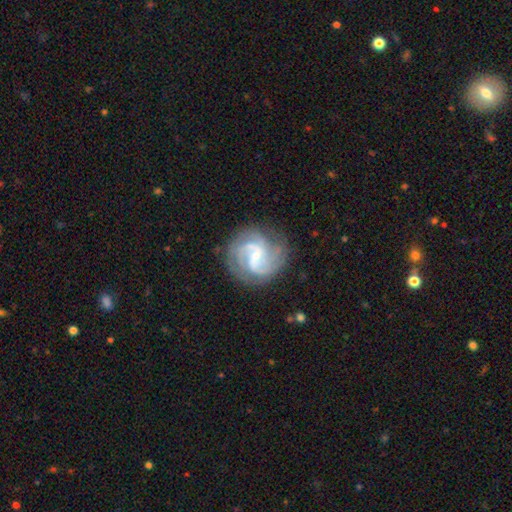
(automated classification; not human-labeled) smooth-or-featured: featured or disk: 88% | smooth: 6% | star or artifact: 5%
  disk-edge-on: no: 98% | yes: 2%
    bar: weak: 47% | no: 38% | strong: 15%
    has-spiral-arms: yes: 98% | no: 2%
      spiral-winding: medium: 46% | tight: 44% | loose: 10%
      spiral-arm-count: 3: 33% | 2: 32% | can't tell: 14% | 4: 10% | more than 4: 5% | 1: 5%
    bulge-size: small: 72% | moderate: 23% | none: 3% | large: 1% | dominant: 1%
  merging: none: 79% | minor disturbance: 14% | major disturbance: 6% | merger: 2%